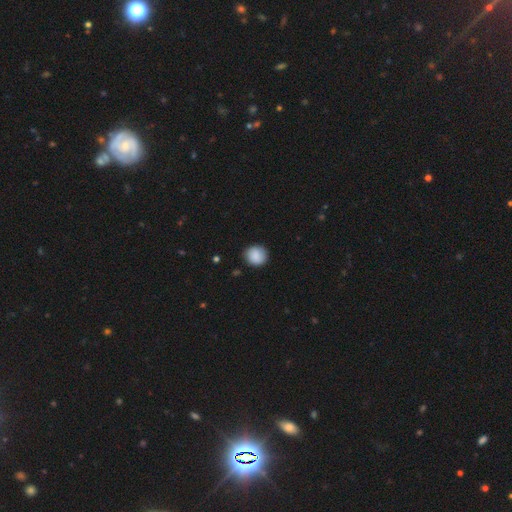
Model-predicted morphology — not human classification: Smooth or featured: smooth — 88% (star or artifact — 7%)
How rounded: round — 90% (in between — 9%)
Merging: none — 87% (minor disturbance — 10%)